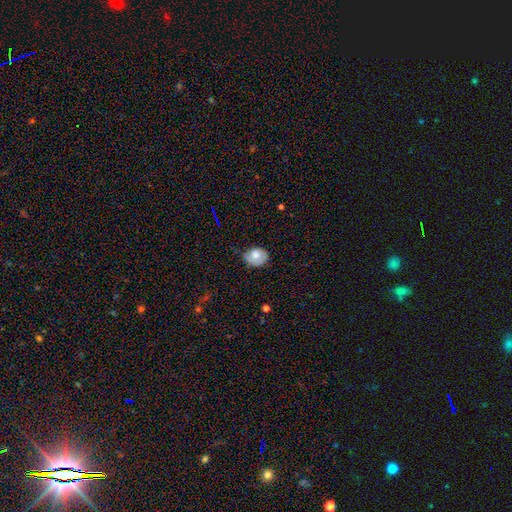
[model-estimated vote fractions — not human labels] Q: Smooth or featured?
A: smooth (67%); runner-up: featured or disk (25%)
Q: How rounded?
A: in between (51%); runner-up: round (48%)
Q: Merging?
A: none (52%); runner-up: minor disturbance (36%)